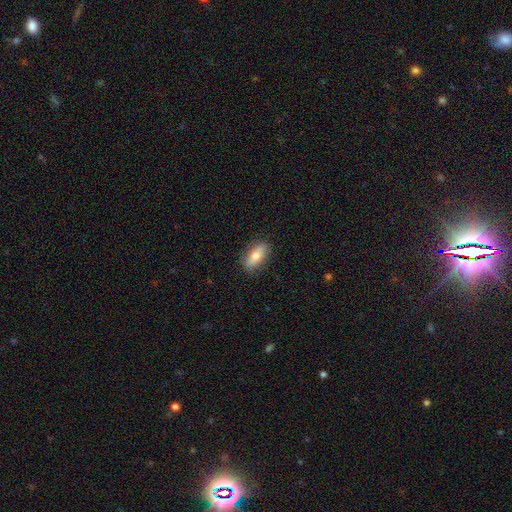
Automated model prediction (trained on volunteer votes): Smooth or featured: smooth — 74% (featured or disk — 19%)
How rounded: in between — 82% (cigar-shaped — 15%)
Merging: none — 84% (minor disturbance — 12%)